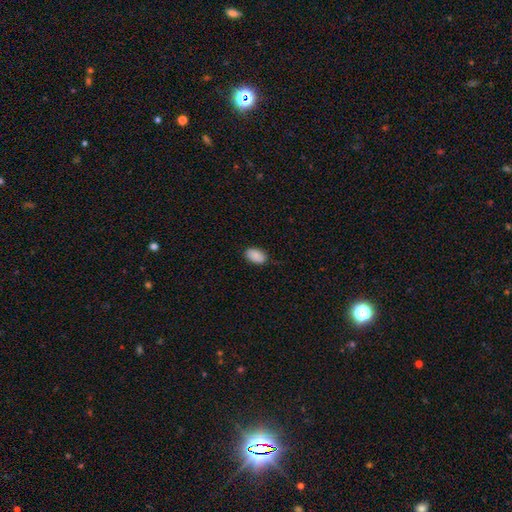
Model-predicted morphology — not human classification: Smooth or featured? smooth (89%)
How rounded? in between (91%)
Merging? none (82%)